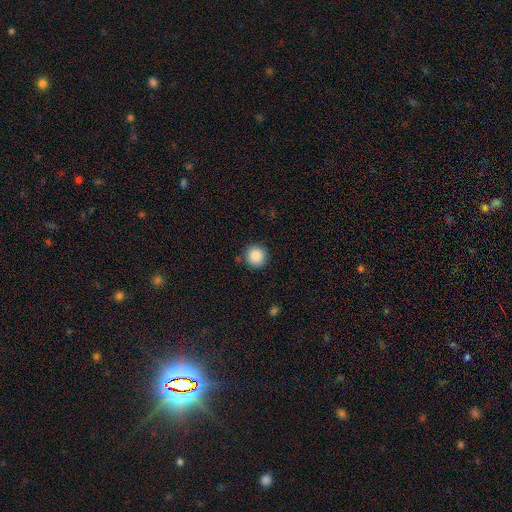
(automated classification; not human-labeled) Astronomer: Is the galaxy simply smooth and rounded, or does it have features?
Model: smooth — 88%.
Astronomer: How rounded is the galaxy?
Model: round — 94%.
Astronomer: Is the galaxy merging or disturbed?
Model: none — 87%.